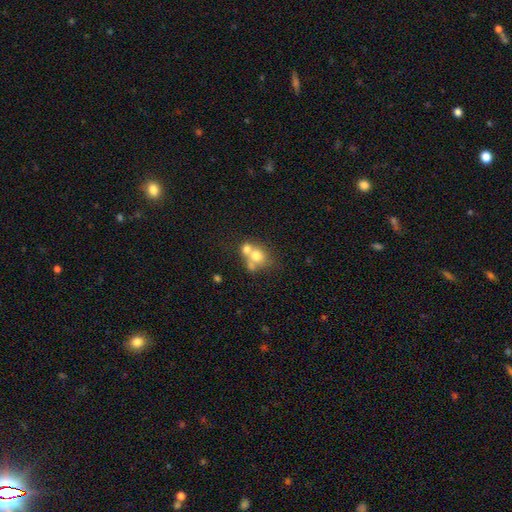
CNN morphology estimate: Smooth or featured?
  - smooth: 68% *
  - featured or disk: 21%
  - star or artifact: 11%
How rounded?
  - round: 68% *
  - in between: 31%
  - cigar-shaped: 1%
Merging?
  - merger: 61% *
  - none: 27%
  - minor disturbance: 8%
  - major disturbance: 5%